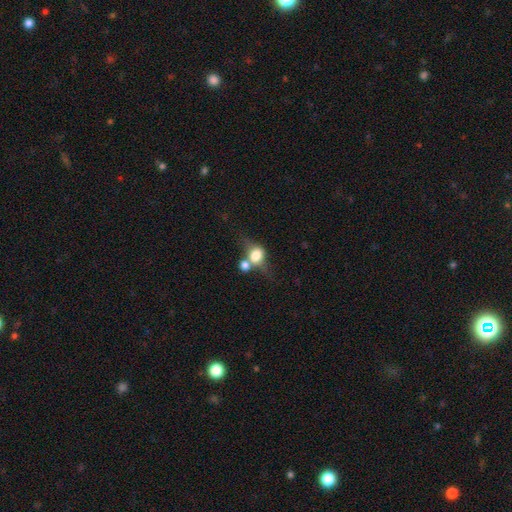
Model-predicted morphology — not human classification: smooth-or-featured: smooth: 63% | featured or disk: 26% | star or artifact: 10%
  how-rounded: round: 51% | in between: 46% | cigar-shaped: 3%
  merging: merger: 45% | none: 31% | minor disturbance: 13% | major disturbance: 11%